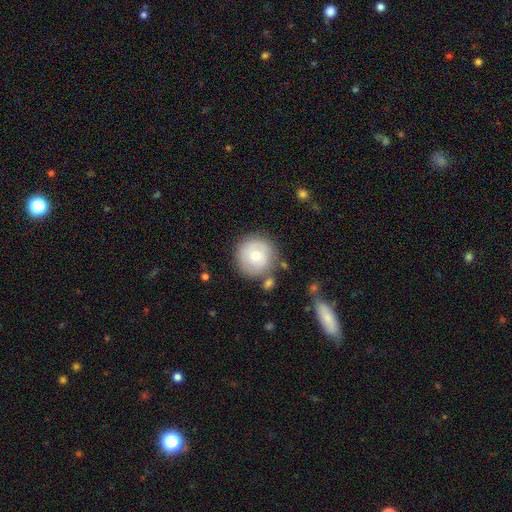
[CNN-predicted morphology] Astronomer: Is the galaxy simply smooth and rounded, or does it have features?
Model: smooth — 69%.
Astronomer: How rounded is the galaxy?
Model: round — 95%.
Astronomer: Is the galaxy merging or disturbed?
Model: none — 77%.